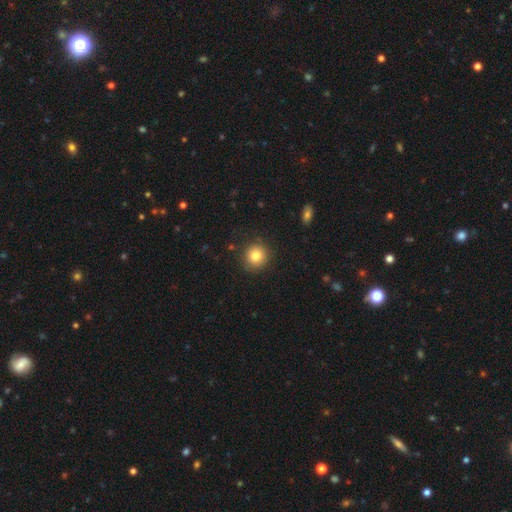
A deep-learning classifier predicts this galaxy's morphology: smooth 81%, star or artifact 11%, featured or disk 8%. Down the decision tree: how rounded — round (91%); merging — none (89%).